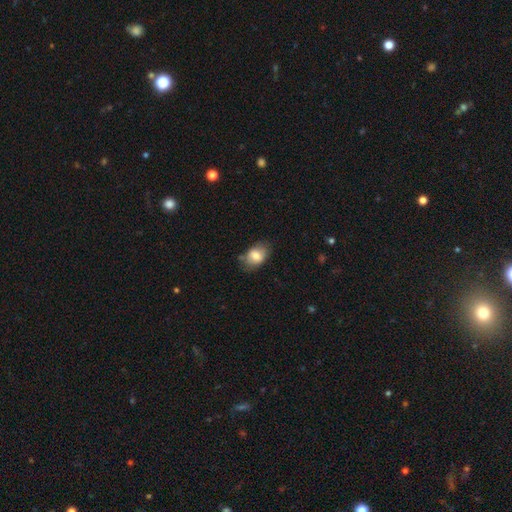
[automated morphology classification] smooth_or_featured: smooth (p=0.78) [alt: featured or disk p=0.14]
how_rounded: in between (p=0.79) [alt: round p=0.20]
merging: none (p=0.67) [alt: minor disturbance p=0.24]